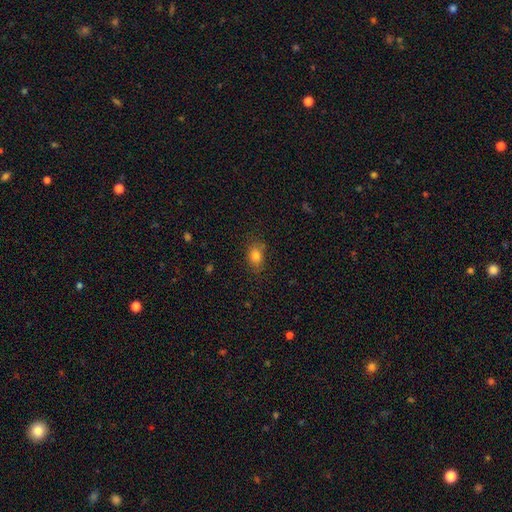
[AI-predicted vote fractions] The model was most divided on "how rounded": in between: 68%, round: 30%, cigar-shaped: 2%. More confident: smooth or featured — smooth (81%); merging — none (78%).